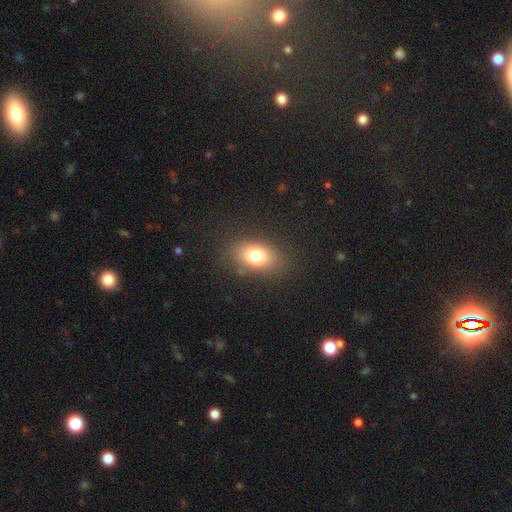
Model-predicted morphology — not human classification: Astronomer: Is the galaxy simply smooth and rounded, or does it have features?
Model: smooth — 76%.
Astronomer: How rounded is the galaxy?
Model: in between — 78%.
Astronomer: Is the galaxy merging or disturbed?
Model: none — 83%.